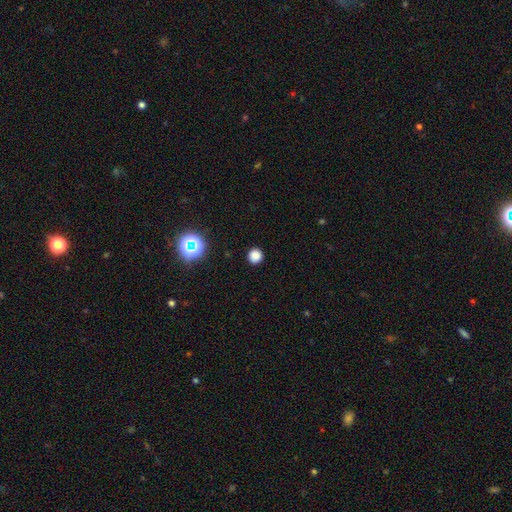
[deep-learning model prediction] Smooth or featured?
  - smooth: 81% *
  - star or artifact: 15%
  - featured or disk: 4%
How rounded?
  - round: 93% *
  - in between: 6%
  - cigar-shaped: 1%
Merging?
  - none: 92% *
  - minor disturbance: 5%
  - major disturbance: 2%
  - merger: 1%